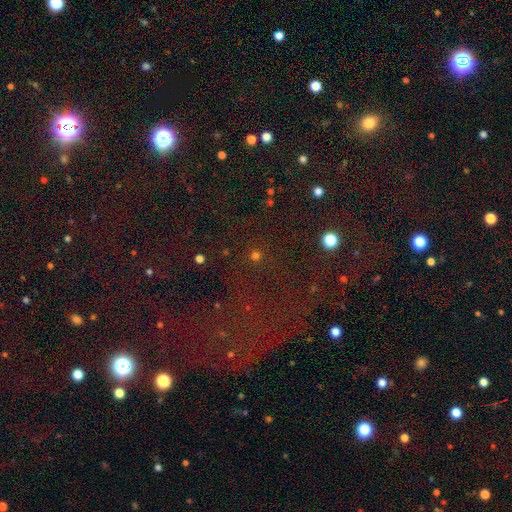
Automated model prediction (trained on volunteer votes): smooth 60%, star or artifact 34%, featured or disk 6%. Down the decision tree: how rounded — round (94%); merging — none (87%).